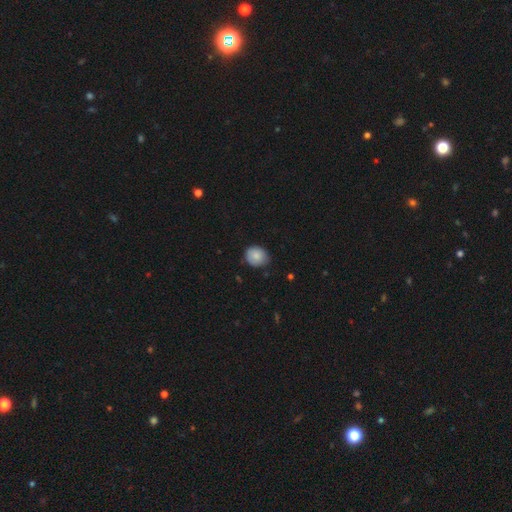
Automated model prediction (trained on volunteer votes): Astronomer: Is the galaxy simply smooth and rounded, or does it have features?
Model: smooth — 83%.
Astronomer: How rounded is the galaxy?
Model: round — 73%.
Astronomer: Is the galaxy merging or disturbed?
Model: none — 73%.